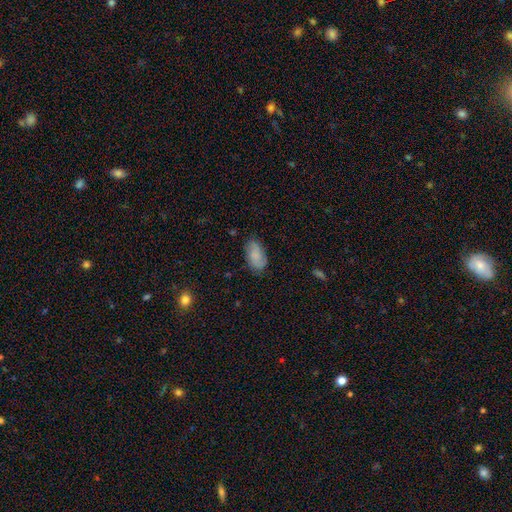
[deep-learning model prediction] This is likely a smooth galaxy (71%). How rounded: clearly in between (93%). Merging: likely none (75%).